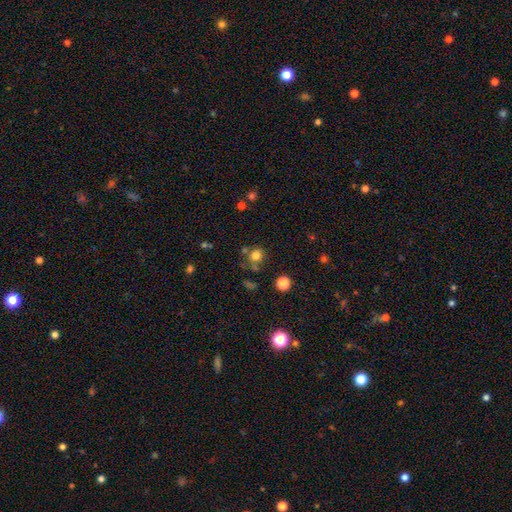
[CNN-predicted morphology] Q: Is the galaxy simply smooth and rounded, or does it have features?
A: smooth — 76%.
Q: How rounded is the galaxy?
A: round — 80%.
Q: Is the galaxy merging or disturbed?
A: none — 65%.